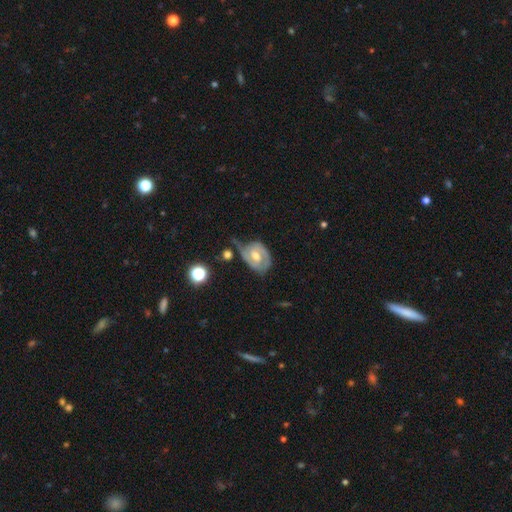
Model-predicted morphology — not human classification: smooth_or_featured: featured or disk (p=0.74) [alt: smooth p=0.20]
disk_edge_on: no (p=0.96) [alt: yes p=0.04]
bar: weak (p=0.47) [alt: no p=0.39]
has_spiral_arms: yes (p=0.87) [alt: no p=0.13]
spiral_winding: tight (p=0.50) [alt: medium p=0.38]
spiral_arm_count: 2 (p=0.72) [alt: can't tell p=0.13]
bulge_size: moderate (p=0.71) [alt: small p=0.19]
merging: none (p=0.50) [alt: minor disturbance p=0.28]